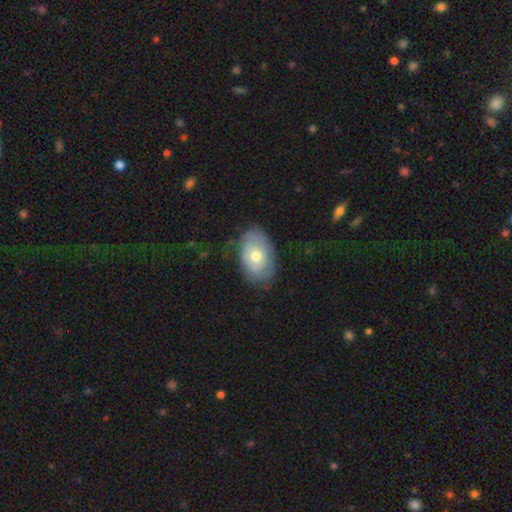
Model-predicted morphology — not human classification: This is possibly a smooth galaxy (52%). How rounded: clearly in between (88%). Merging: likely none (75%).